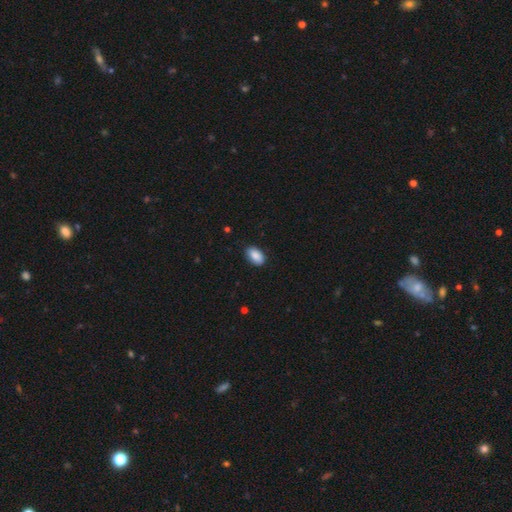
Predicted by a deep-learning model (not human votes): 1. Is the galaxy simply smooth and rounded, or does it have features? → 90% smooth, 7% star or artifact, 4% featured or disk.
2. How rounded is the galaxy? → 93% in between, 5% round, 2% cigar-shaped.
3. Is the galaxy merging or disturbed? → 85% none, 12% minor disturbance, 2% major disturbance, 1% merger.